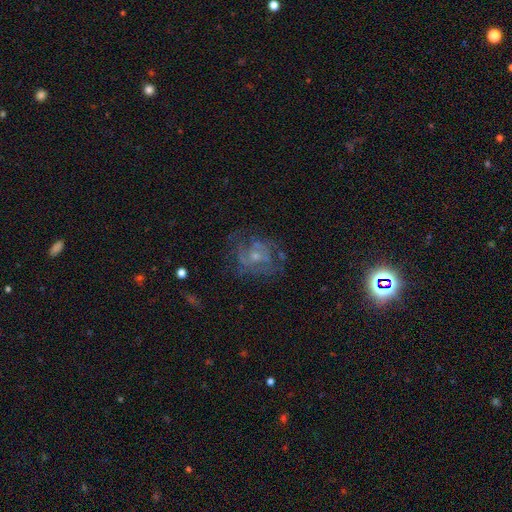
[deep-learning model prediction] Morphology: type=featured or disk (68%); edge-on=no (97%); bar=no (71%); spiral arms=yes (64%); bulge=small (57%); merging=none (58%).